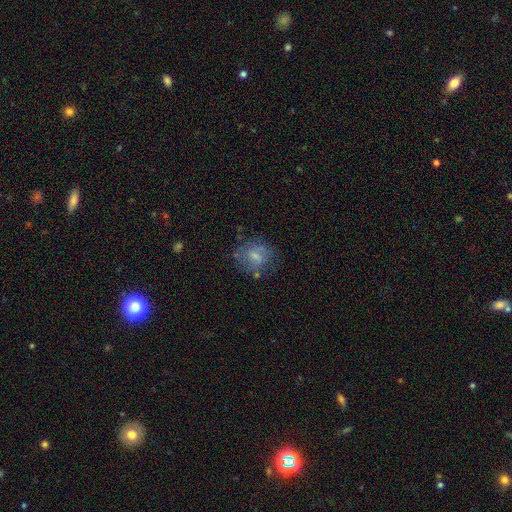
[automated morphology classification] Overall: smooth (53%; featured or disk 38%). How rounded: round (65%; in between 34%). Merging: none (60%; minor disturbance 23%).